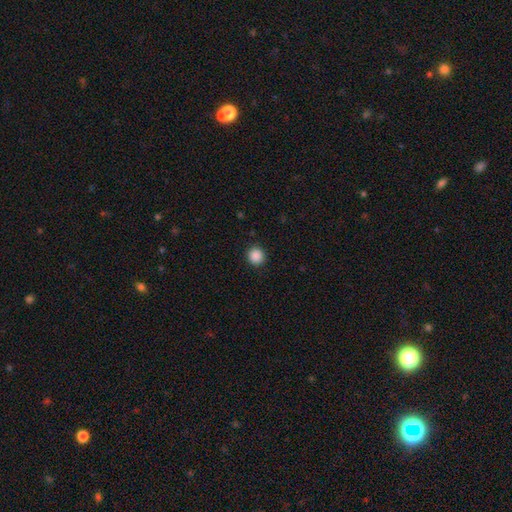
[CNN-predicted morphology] The model was most divided on "smooth or featured": smooth: 88%, star or artifact: 10%, featured or disk: 2%. More confident: how rounded — round (93%); merging — none (92%).